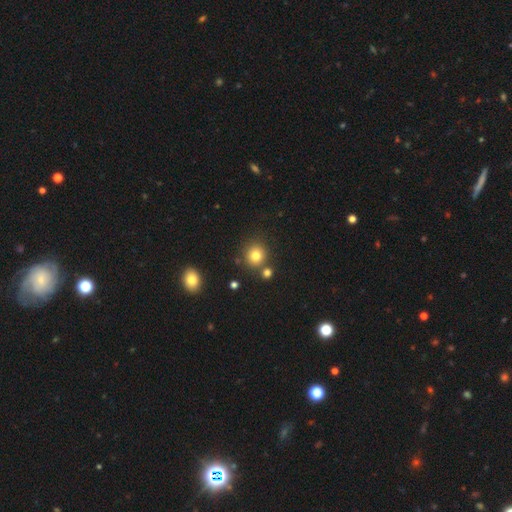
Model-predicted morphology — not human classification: Smooth or featured?
  - smooth: 80% *
  - star or artifact: 13%
  - featured or disk: 7%
How rounded?
  - round: 88% *
  - in between: 11%
  - cigar-shaped: 1%
Merging?
  - none: 77% *
  - merger: 11%
  - minor disturbance: 8%
  - major disturbance: 3%